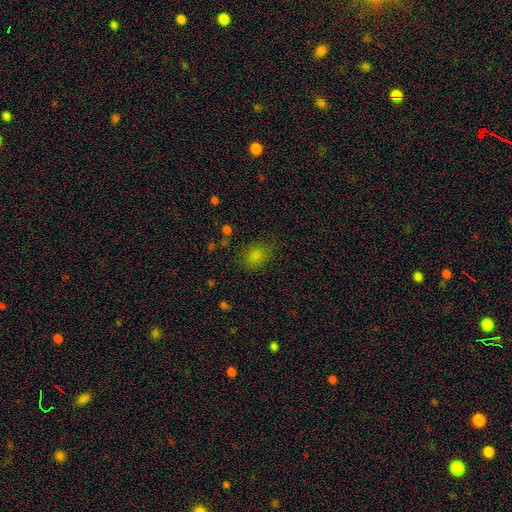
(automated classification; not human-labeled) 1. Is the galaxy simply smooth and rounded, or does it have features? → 80% smooth, 15% star or artifact, 5% featured or disk.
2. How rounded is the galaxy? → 53% round, 46% in between, 1% cigar-shaped.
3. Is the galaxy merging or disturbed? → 74% none, 17% minor disturbance, 6% major disturbance, 2% merger.